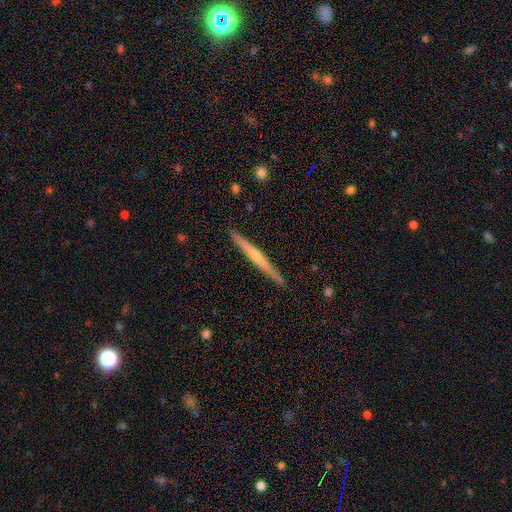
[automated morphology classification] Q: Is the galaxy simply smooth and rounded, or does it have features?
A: featured or disk — 70%.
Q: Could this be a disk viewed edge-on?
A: yes — 98%.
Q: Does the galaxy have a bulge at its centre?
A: rounded — 74%.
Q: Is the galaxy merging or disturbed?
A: none — 91%.